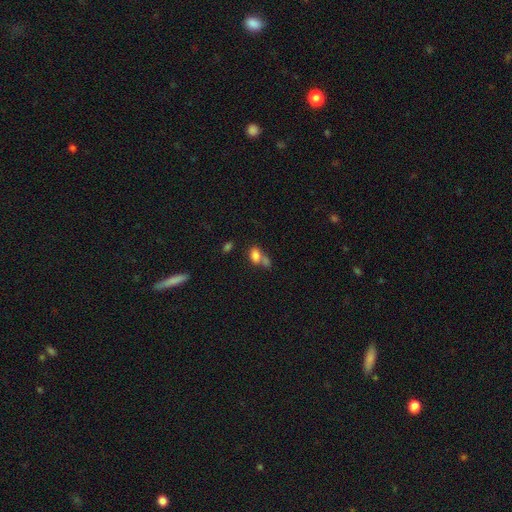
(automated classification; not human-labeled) smooth-or-featured: smooth: 80% | star or artifact: 10% | featured or disk: 9%
  how-rounded: in between: 85% | round: 13% | cigar-shaped: 2%
  merging: merger: 51% | none: 32% | minor disturbance: 11% | major disturbance: 6%